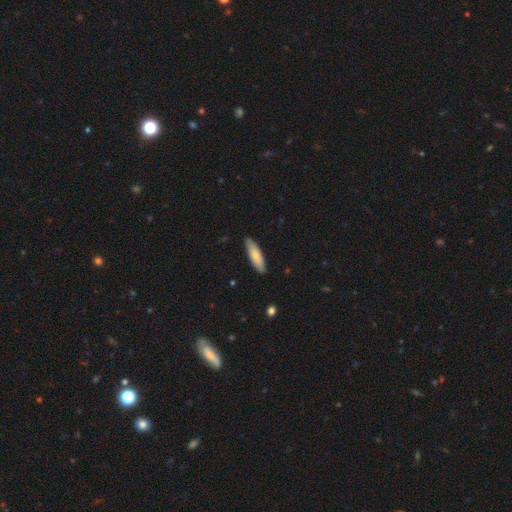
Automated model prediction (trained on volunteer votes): A smooth galaxy with no disk features (79%) that is cigar-shaped (62%).

Vote fractions:
- Smooth or featured? smooth: 79% / featured or disk: 16% / star or artifact: 5%
- How rounded? cigar-shaped: 62% / in between: 37% / round: 1%
- Merging? none: 88% / minor disturbance: 10% / major disturbance: 2% / merger: 1%